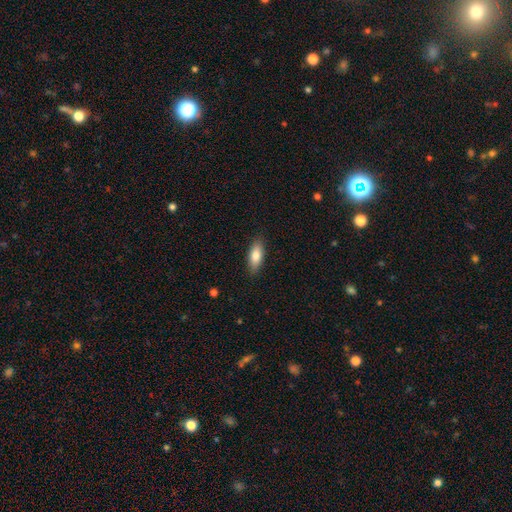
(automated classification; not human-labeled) Morphology: type=smooth (81%); roundness=in between (75%); merging=none (86%).